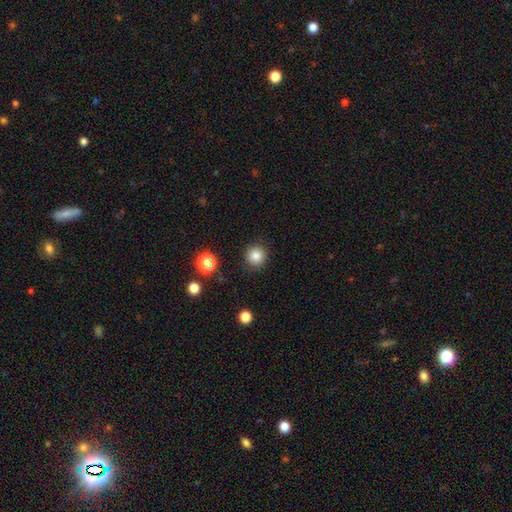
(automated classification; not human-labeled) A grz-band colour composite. It shows a smooth galaxy with no disk features (82%) that is round (94%). Merging: none (90%).